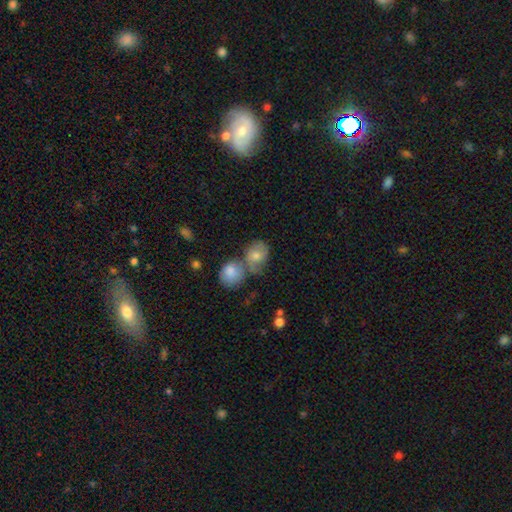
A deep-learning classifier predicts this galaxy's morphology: smooth_or_featured: smooth (p=0.68) [alt: featured or disk p=0.22]
how_rounded: round (p=0.51) [alt: in between p=0.47]
merging: merger (p=0.46) [alt: none p=0.35]